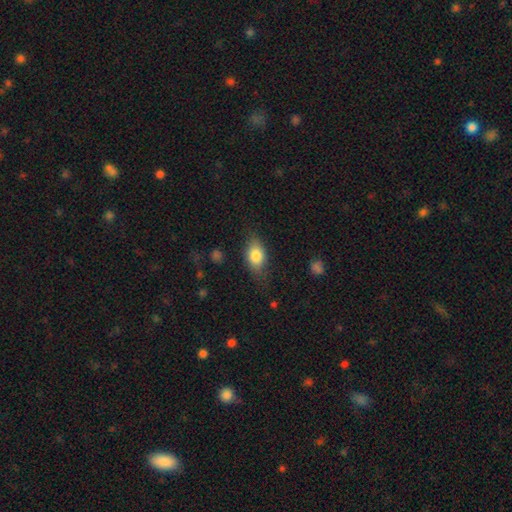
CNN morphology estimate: This is likely a smooth galaxy (79%). How rounded: clearly in between (84%). Merging: likely none (74%).